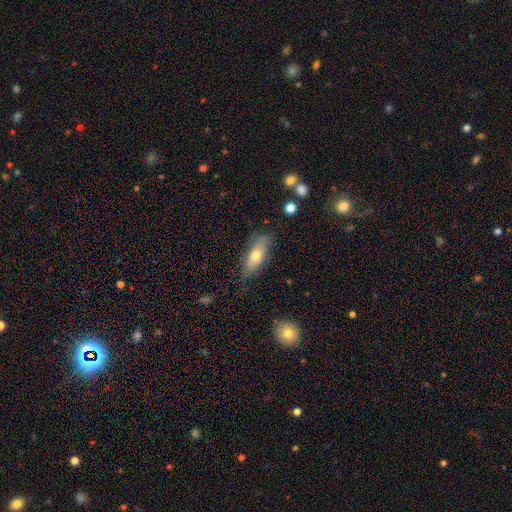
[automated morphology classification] Smooth or featured: smooth — 66% (featured or disk — 27%)
How rounded: in between — 70% (cigar-shaped — 27%)
Merging: none — 72% (minor disturbance — 21%)